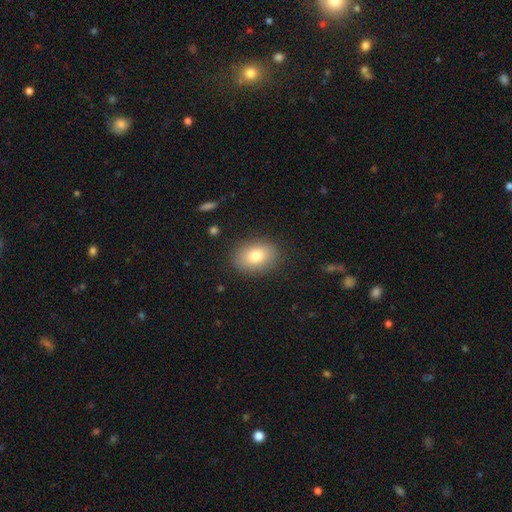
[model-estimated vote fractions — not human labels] Smooth or featured? Predicted: smooth (p=0.79). How rounded? Predicted: in between (p=0.67). Merging? Predicted: none (p=0.87).